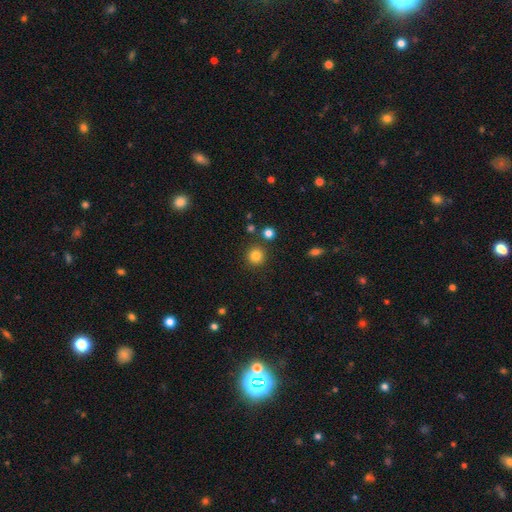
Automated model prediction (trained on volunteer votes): Q: Smooth or featured?
A: smooth (83%); runner-up: star or artifact (12%)
Q: How rounded?
A: round (93%); runner-up: in between (6%)
Q: Merging?
A: none (88%); runner-up: minor disturbance (6%)